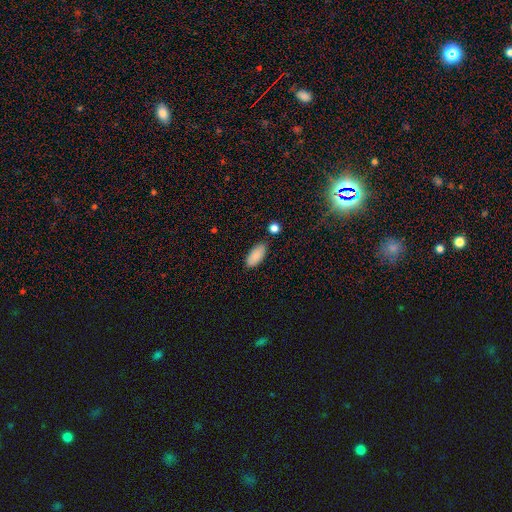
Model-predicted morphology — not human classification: A smooth galaxy with no disk features (89%) that is in between round and cigar-shaped (90%).

Vote fractions:
- Smooth or featured? smooth: 89% / star or artifact: 7% / featured or disk: 4%
- How rounded? in between: 90% / cigar-shaped: 8% / round: 2%
- Merging? none: 83% / minor disturbance: 11% / merger: 3% / major disturbance: 3%